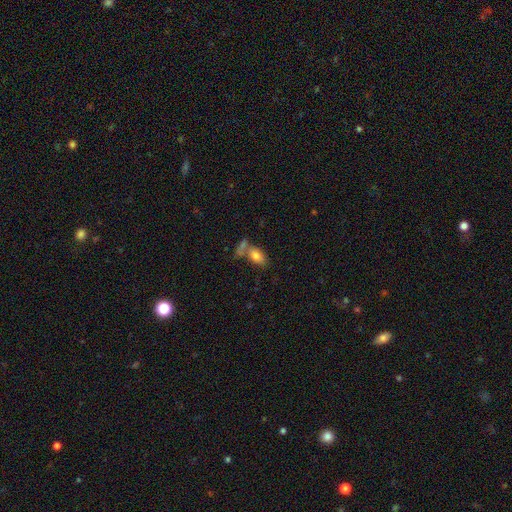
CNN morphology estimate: smooth 78%, featured or disk 14%, star or artifact 8%. Down the decision tree: how rounded — in between (90%); merging — none (50%).